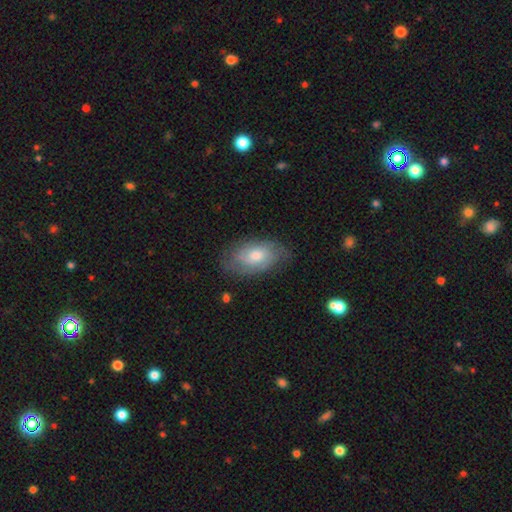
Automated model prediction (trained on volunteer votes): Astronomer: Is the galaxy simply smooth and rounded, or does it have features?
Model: featured or disk — 53% (runner-up: smooth, 40%).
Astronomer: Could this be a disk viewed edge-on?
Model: no — 93%.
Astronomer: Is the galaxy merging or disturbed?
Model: none — 71%.